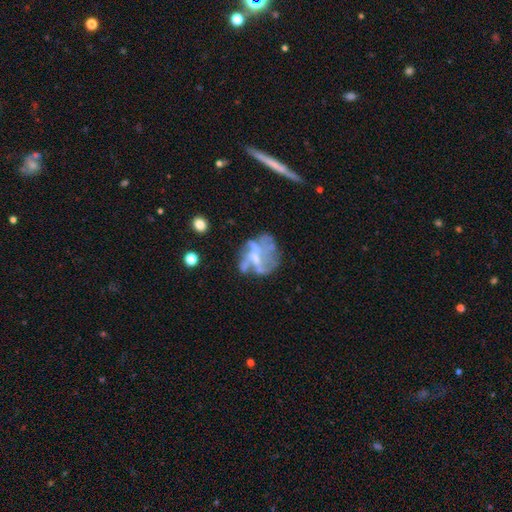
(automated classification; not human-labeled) Smooth or featured?
  - featured or disk: 68% *
  - smooth: 19%
  - star or artifact: 14%
Edge-on disk?
  - no: 98% *
  - yes: 2%
Bar?
  - no: 60% *
  - weak: 30%
  - strong: 10%
Spiral arms?
  - no: 60% *
  - yes: 40%
Bulge size?
  - none: 40% *
  - small: 33%
  - moderate: 23%
  - large: 3%
  - dominant: 1%
Merging?
  - none: 43% *
  - major disturbance: 31%
  - minor disturbance: 17%
  - merger: 9%